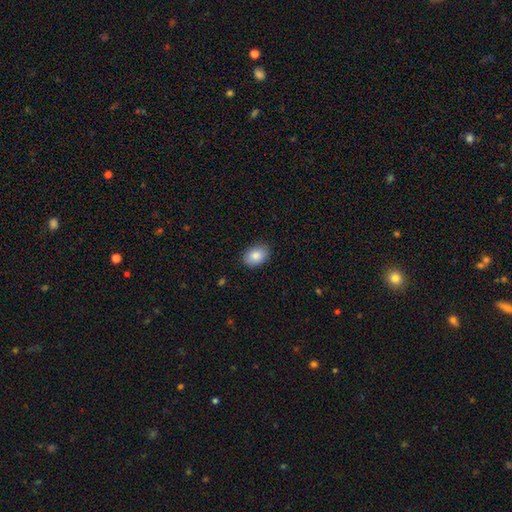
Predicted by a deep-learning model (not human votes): Smooth or featured? smooth (84%)
How rounded? in between (79%)
Merging? none (88%)